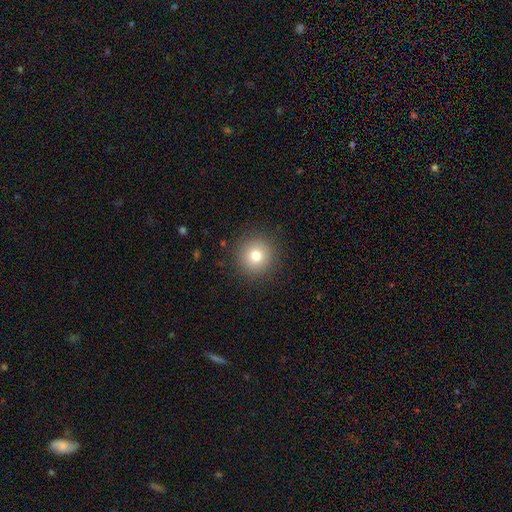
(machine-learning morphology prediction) smooth-or-featured: smooth: 78% | star or artifact: 12% | featured or disk: 10%
  how-rounded: round: 95% | in between: 4% | cigar-shaped: 1%
  merging: none: 90% | minor disturbance: 6% | major disturbance: 3% | merger: 1%